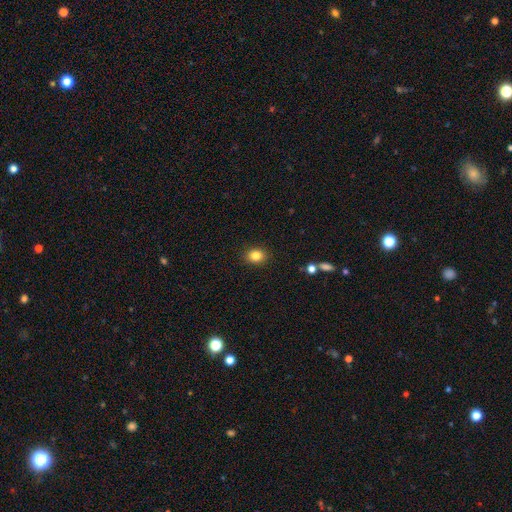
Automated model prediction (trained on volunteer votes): Smooth or featured? smooth (84%)
How rounded? round (51%)
Merging? none (89%)